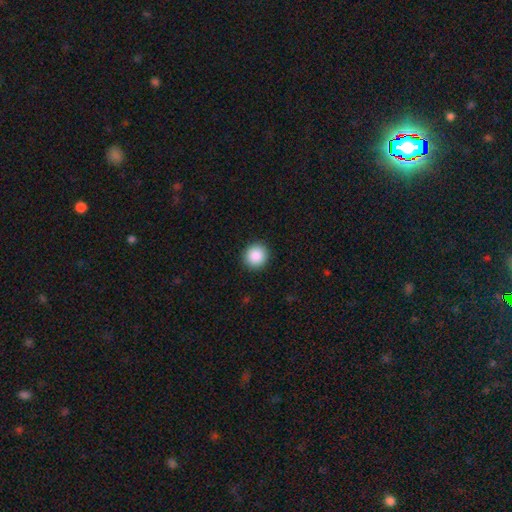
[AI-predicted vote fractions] Q: Smooth or featured?
A: smooth (89%); runner-up: star or artifact (8%)
Q: How rounded?
A: round (91%); runner-up: in between (8%)
Q: Merging?
A: none (92%); runner-up: minor disturbance (5%)